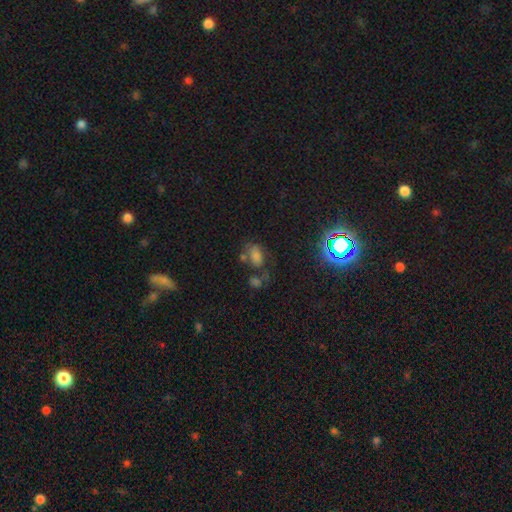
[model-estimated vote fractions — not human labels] Smooth or featured? smooth (53%)
How rounded? in between (83%)
Merging? none (44%)